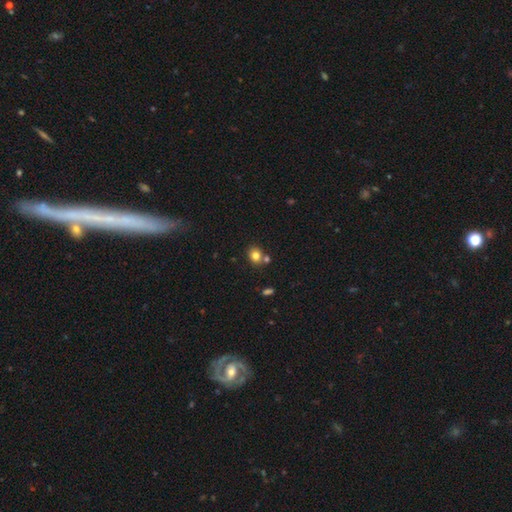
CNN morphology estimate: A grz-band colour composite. It shows a smooth galaxy with no disk features (80%) that is round (71%). Merging: none (67%).